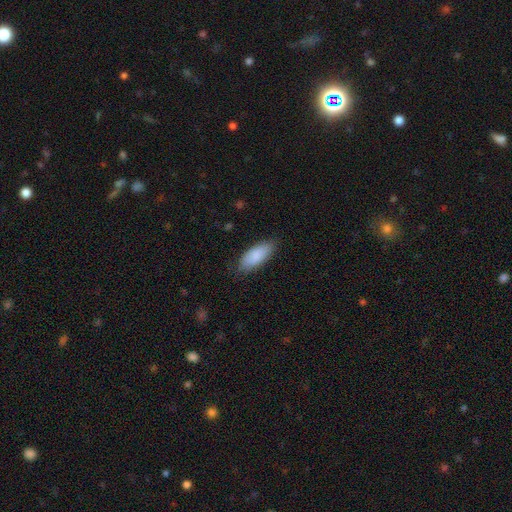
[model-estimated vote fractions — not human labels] Overall: smooth (87%). How rounded: in between (82%). Merging: none (80%).